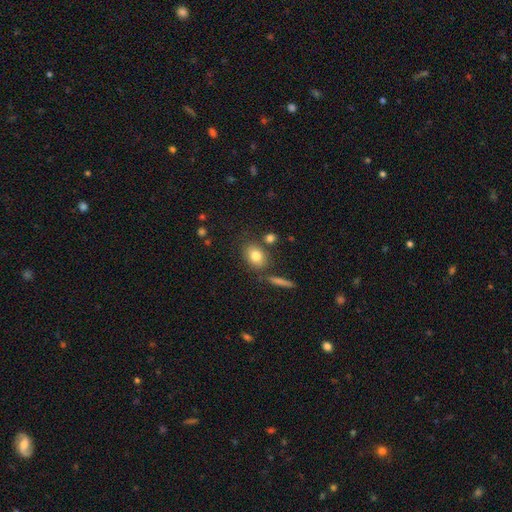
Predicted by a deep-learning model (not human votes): A smooth galaxy with no disk features (80%) that is in between round and cigar-shaped (63%).

Vote fractions:
- Smooth or featured? smooth: 80% / featured or disk: 10% / star or artifact: 9%
- How rounded? in between: 63% / round: 35% / cigar-shaped: 3%
- Merging? none: 75% / minor disturbance: 12% / merger: 9% / major disturbance: 4%